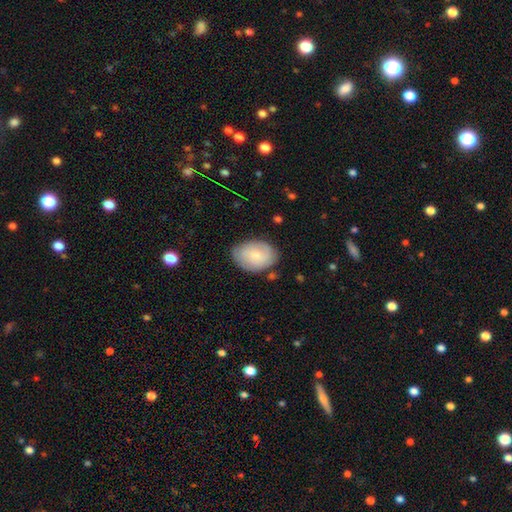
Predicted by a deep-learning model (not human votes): Smooth or featured? Predicted: smooth (p=0.64). How rounded? Predicted: in between (p=0.77). Merging? Predicted: none (p=0.75).